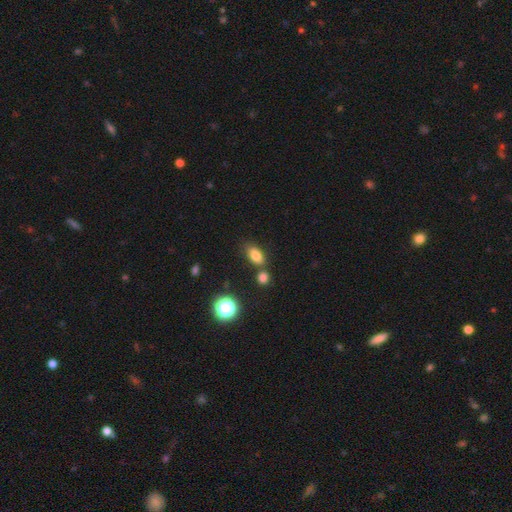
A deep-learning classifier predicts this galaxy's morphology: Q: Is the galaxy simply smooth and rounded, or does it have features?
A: smooth — 80%.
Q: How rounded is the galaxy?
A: in between — 85%.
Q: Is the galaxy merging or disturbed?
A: none — 67%.